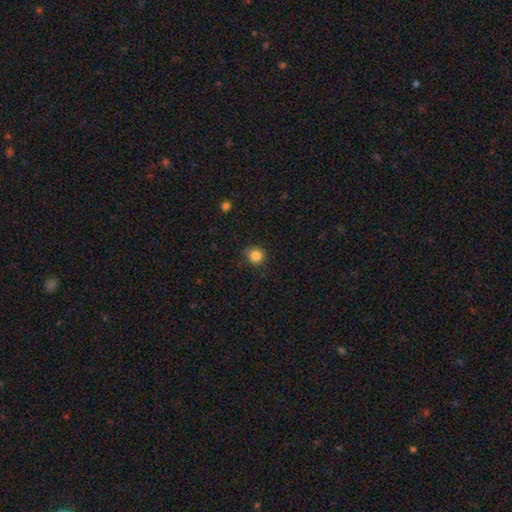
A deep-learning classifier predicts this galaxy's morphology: The model was most divided on "merging": none: 83%, minor disturbance: 13%, major disturbance: 3%, merger: 1%. More confident: how rounded — round (90%); smooth or featured — smooth (85%).